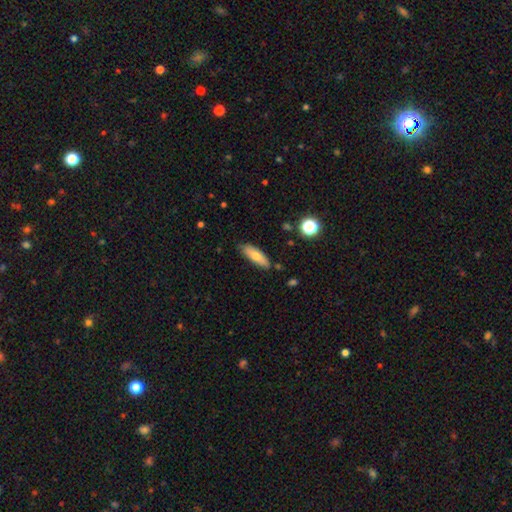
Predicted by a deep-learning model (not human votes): Smooth or featured? Predicted: smooth (p=0.70). How rounded? Predicted: in between (p=0.55). Merging? Predicted: none (p=0.80).